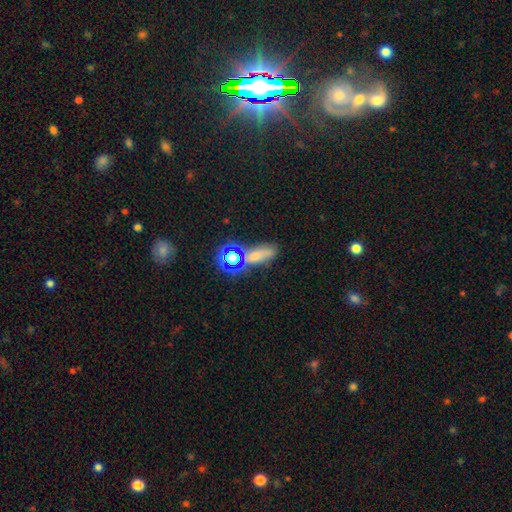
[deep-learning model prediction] Overall: smooth (48%; star or artifact 38%). Merging: none (65%).